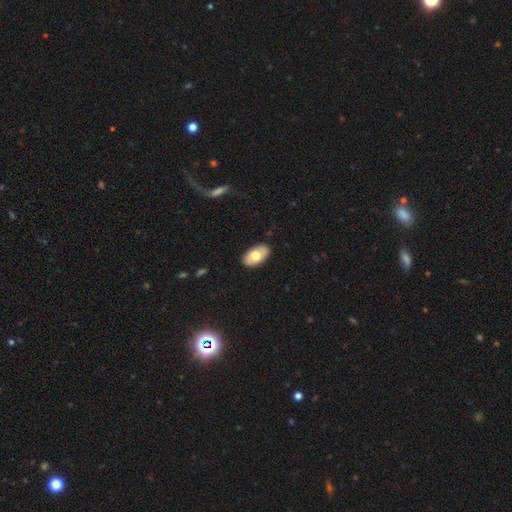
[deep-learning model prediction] The model was most divided on "smooth or featured": smooth: 70%, featured or disk: 24%, star or artifact: 6%. More confident: how rounded — in between (95%); merging — none (87%).